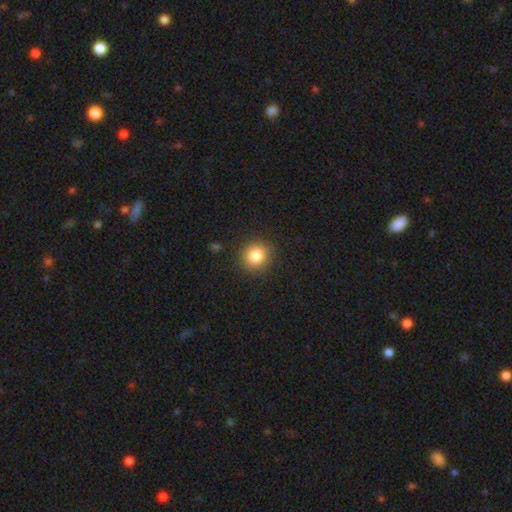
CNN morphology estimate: A smooth galaxy with no disk features (85%) that is round (87%).

Vote fractions:
- Smooth or featured? smooth: 85% / star or artifact: 10% / featured or disk: 5%
- How rounded? round: 87% / in between: 12% / cigar-shaped: 1%
- Merging? none: 89% / minor disturbance: 7% / major disturbance: 2% / merger: 1%